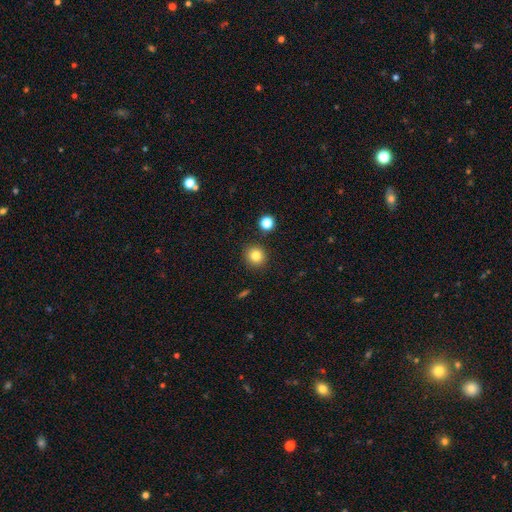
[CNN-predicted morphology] Smooth or featured? smooth (82%)
How rounded? round (91%)
Merging? none (89%)